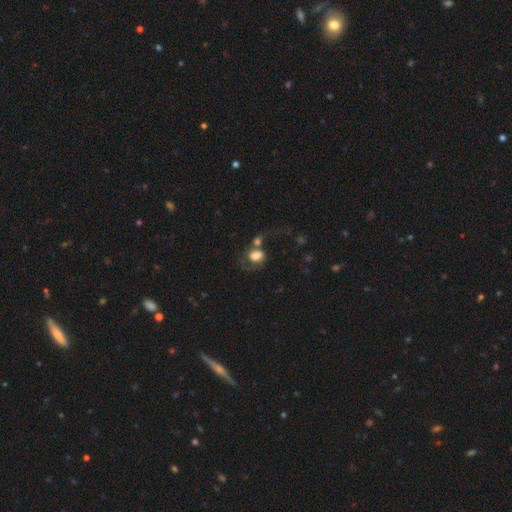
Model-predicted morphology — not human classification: Q: Smooth or featured?
A: smooth (65%); runner-up: featured or disk (25%)
Q: How rounded?
A: in between (60%); runner-up: round (39%)
Q: Merging?
A: merger (44%); runner-up: major disturbance (23%)